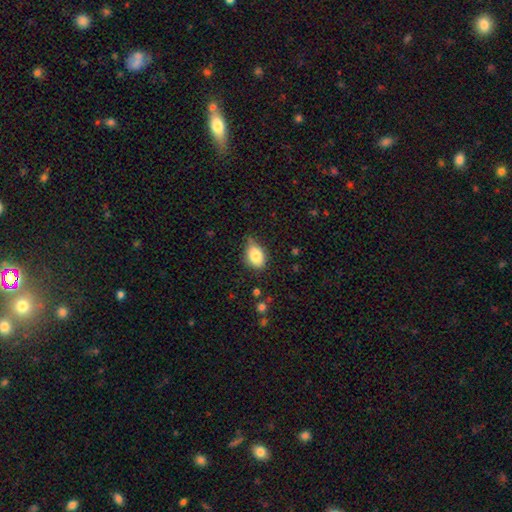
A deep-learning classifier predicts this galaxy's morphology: smooth_or_featured: smooth (p=0.83) [alt: featured or disk p=0.09]
how_rounded: in between (p=0.82) [alt: round p=0.16]
merging: none (p=0.62) [alt: minor disturbance p=0.31]